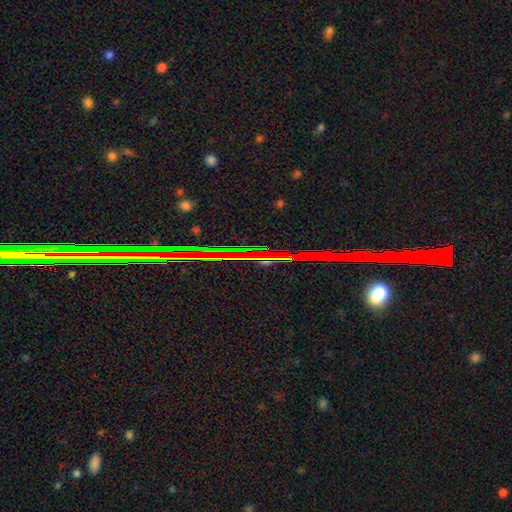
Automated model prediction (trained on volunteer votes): Morphology: type=star or artifact (83%).